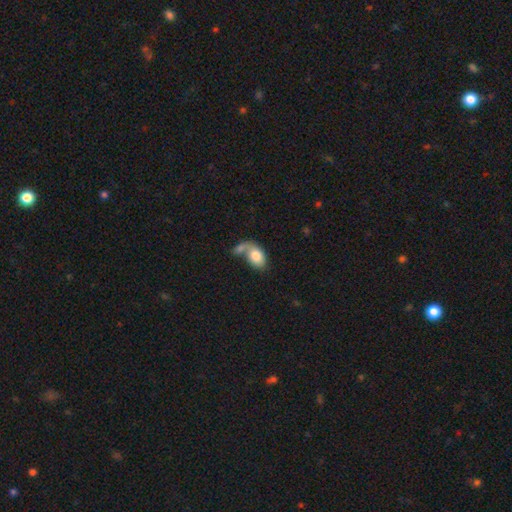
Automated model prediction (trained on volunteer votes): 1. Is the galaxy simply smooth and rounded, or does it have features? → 76% smooth, 18% featured or disk, 6% star or artifact.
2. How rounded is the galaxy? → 84% in between, 14% round, 2% cigar-shaped.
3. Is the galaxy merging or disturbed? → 50% merger, 24% none, 15% major disturbance, 11% minor disturbance.